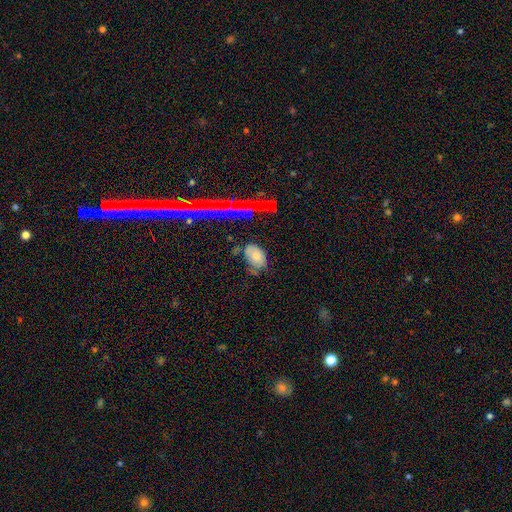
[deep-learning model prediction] Q: Smooth or featured?
A: smooth (68%); runner-up: featured or disk (20%)
Q: How rounded?
A: in between (85%); runner-up: round (13%)
Q: Merging?
A: none (44%); runner-up: minor disturbance (35%)